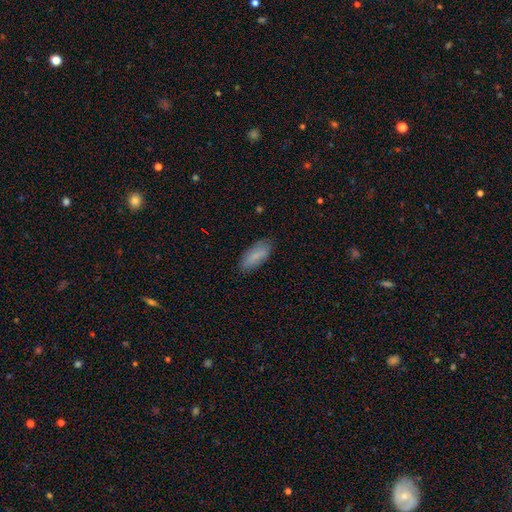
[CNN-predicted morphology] smooth_or_featured: smooth (p=0.79) [alt: featured or disk p=0.14]
how_rounded: in between (p=0.78) [alt: cigar-shaped p=0.20]
merging: none (p=0.81) [alt: minor disturbance p=0.15]